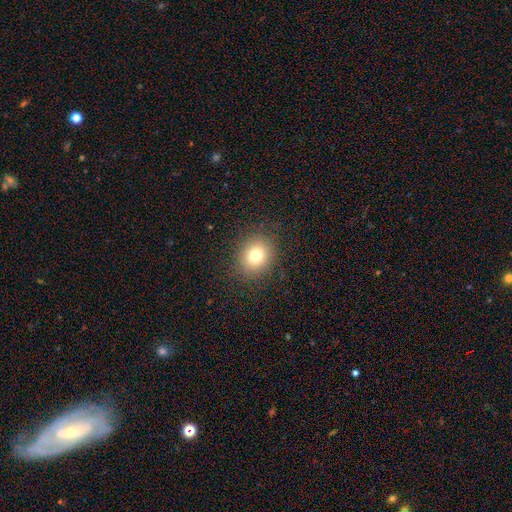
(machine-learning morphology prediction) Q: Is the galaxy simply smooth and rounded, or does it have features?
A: smooth — 75%.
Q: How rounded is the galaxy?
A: round — 78%.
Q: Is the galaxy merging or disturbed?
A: none — 88%.